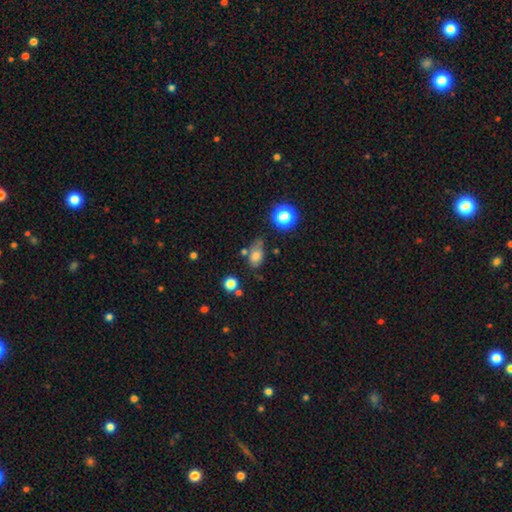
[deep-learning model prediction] Smooth or featured? smooth (74%)
How rounded? in between (80%)
Merging? none (54%)